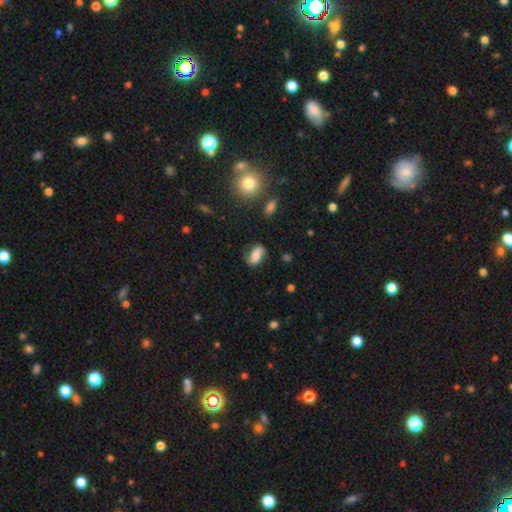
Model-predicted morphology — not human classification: smooth 54%, featured or disk 37%, star or artifact 9%. Down the decision tree: how rounded — in between (86%); merging — none (72%).